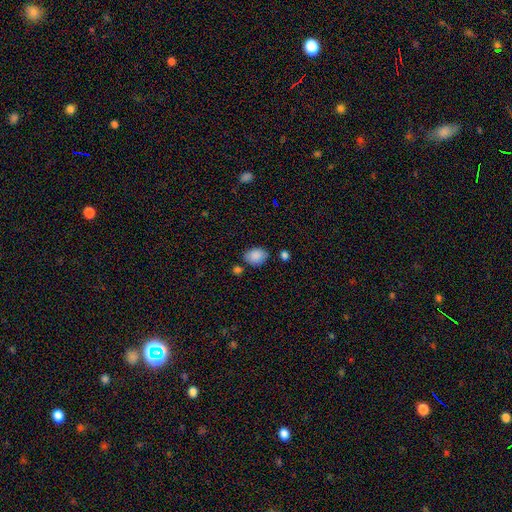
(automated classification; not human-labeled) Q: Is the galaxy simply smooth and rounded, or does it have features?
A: smooth — 88%.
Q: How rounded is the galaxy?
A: in between — 75%.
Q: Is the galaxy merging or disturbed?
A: none — 71%.